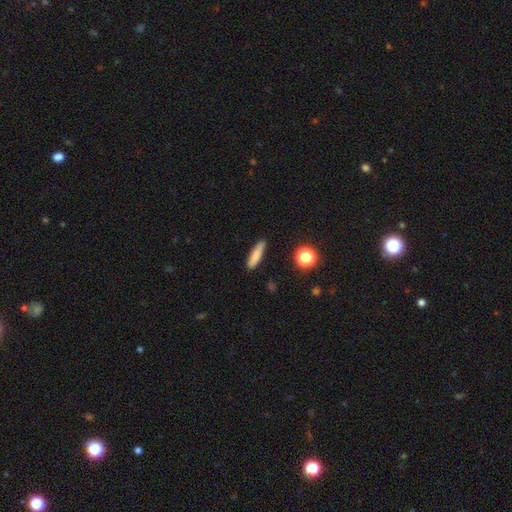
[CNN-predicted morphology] type=smooth (80%); roundness=cigar-shaped (80%); merging=none (87%).